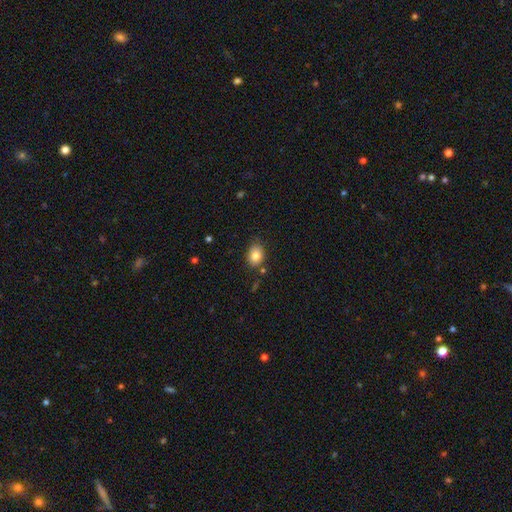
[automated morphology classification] smooth 83%, star or artifact 9%, featured or disk 8%. Down the decision tree: how rounded — in between (64%); merging — none (80%).